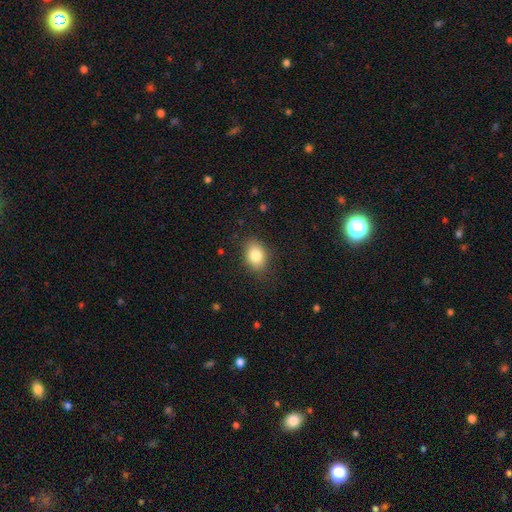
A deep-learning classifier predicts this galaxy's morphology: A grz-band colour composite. It shows a smooth galaxy with no disk features (83%) that is in between round and cigar-shaped (74%). Merging: none (83%).